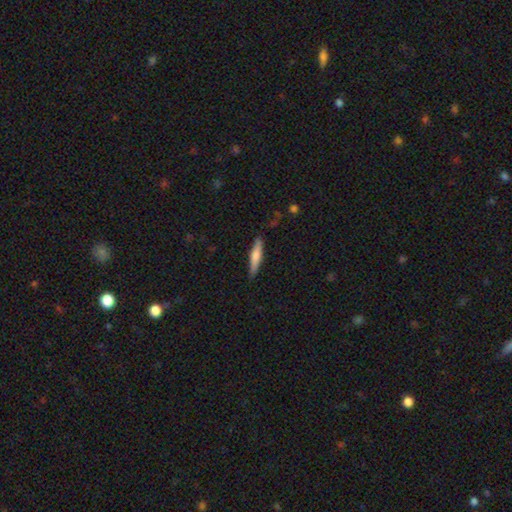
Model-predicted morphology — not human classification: This appears to be a smooth galaxy with no disk features (65%) that is cigar-shaped (88%). Merging: none (86%).